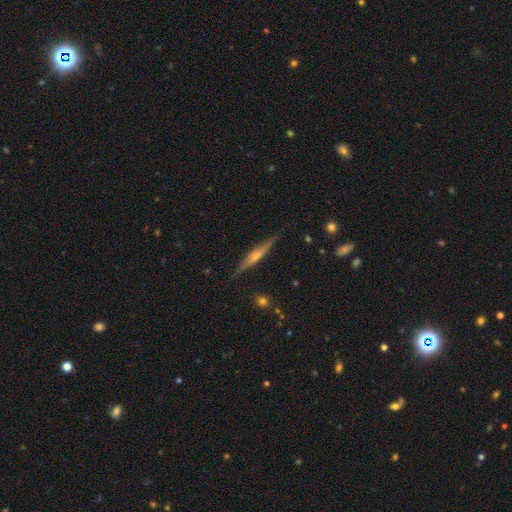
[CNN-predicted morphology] Smooth or featured: featured or disk — 78% (smooth — 16%)
Edge-on disk: yes — 98% (no — 2%)
Edge-on bulge: rounded — 81% (none — 10%)
Merging: none — 89% (minor disturbance — 8%)